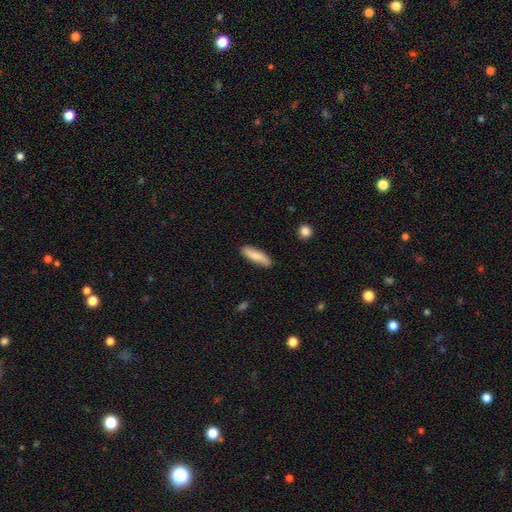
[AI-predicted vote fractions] smooth_or_featured: smooth (p=0.78) [alt: featured or disk p=0.17]
how_rounded: cigar-shaped (p=0.61) [alt: in between p=0.37]
merging: none (p=0.84) [alt: minor disturbance p=0.12]